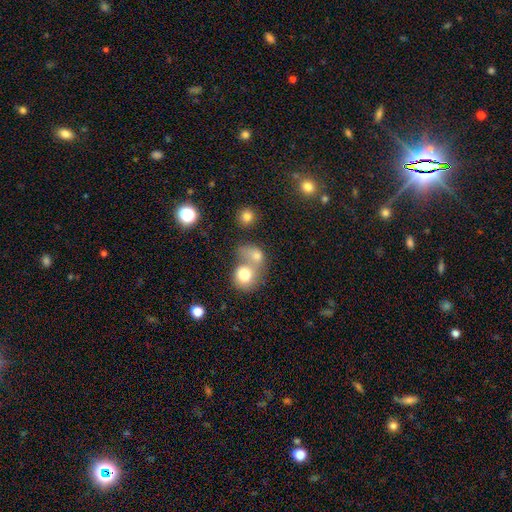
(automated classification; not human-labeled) A smooth galaxy with no disk features (72%) that is round (65%). Merging: merger (66%).